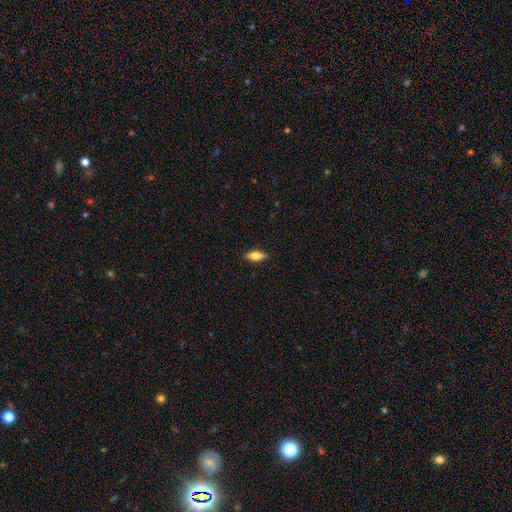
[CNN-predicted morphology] Smooth or featured? Predicted: smooth (p=0.58). How rounded? Predicted: in between (p=0.63). Merging? Predicted: none (p=0.88).